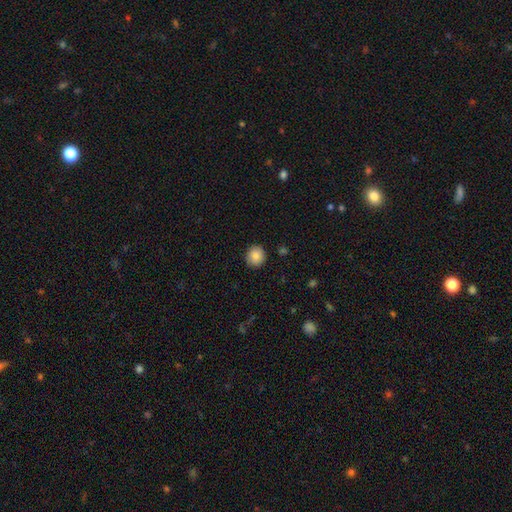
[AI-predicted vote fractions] A smooth galaxy with no disk features (84%) that is round (86%).

Vote fractions:
- Smooth or featured? smooth: 84% / star or artifact: 8% / featured or disk: 7%
- How rounded? round: 86% / in between: 13% / cigar-shaped: 1%
- Merging? none: 88% / minor disturbance: 9% / major disturbance: 2% / merger: 1%